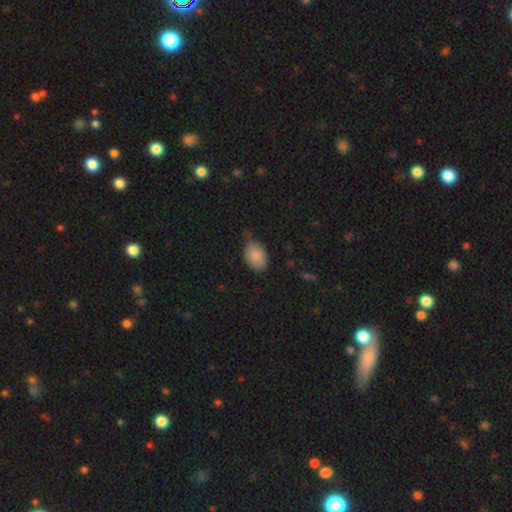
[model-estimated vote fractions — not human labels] Smooth or featured: smooth — 85% (star or artifact — 8%)
How rounded: in between — 84% (round — 15%)
Merging: none — 51% (minor disturbance — 38%)